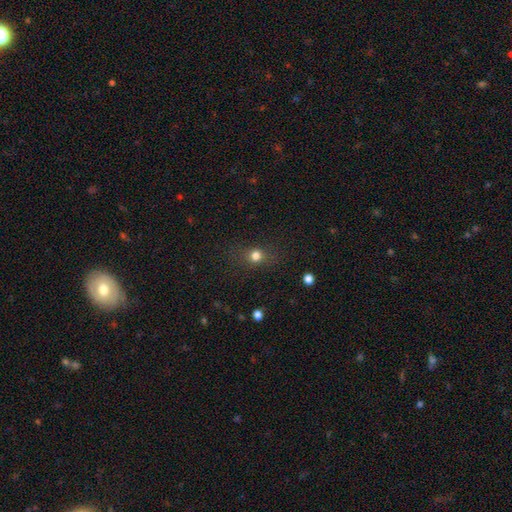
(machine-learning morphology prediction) Q: Smooth or featured?
A: smooth (75%); runner-up: star or artifact (15%)
Q: How rounded?
A: round (66%); runner-up: in between (30%)
Q: Merging?
A: none (79%); runner-up: minor disturbance (13%)